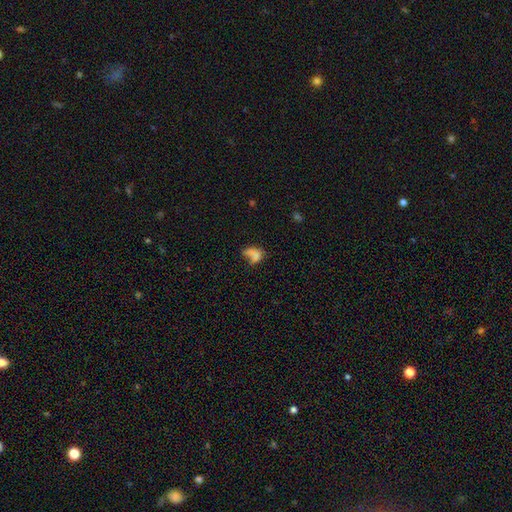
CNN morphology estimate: Smooth or featured?
  - smooth: 65% *
  - featured or disk: 22%
  - star or artifact: 13%
How rounded?
  - in between: 81% *
  - round: 15%
  - cigar-shaped: 4%
Merging?
  - major disturbance: 37% *
  - none: 28%
  - minor disturbance: 22%
  - merger: 13%